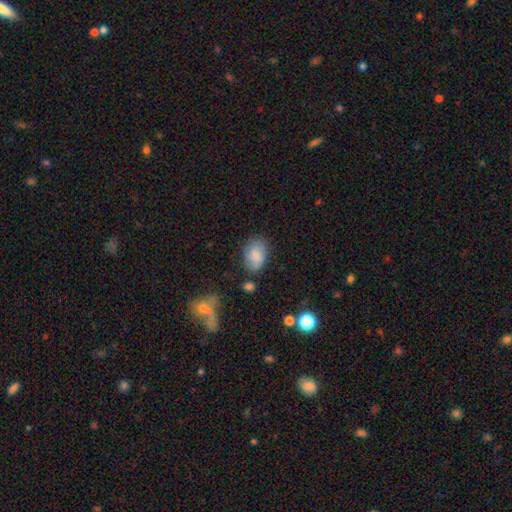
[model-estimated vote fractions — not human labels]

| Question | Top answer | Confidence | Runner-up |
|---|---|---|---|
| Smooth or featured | smooth | 82% | featured or disk (11%) |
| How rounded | in between | 87% | round (12%) |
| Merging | none | 69% | minor disturbance (21%) |